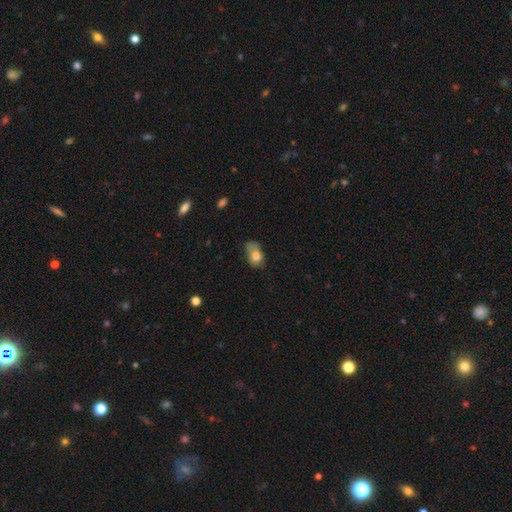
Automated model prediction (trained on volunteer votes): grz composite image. It shows a smooth galaxy with no disk features (76%) that is in between round and cigar-shaped (81%). Merging: minor disturbance (38%).